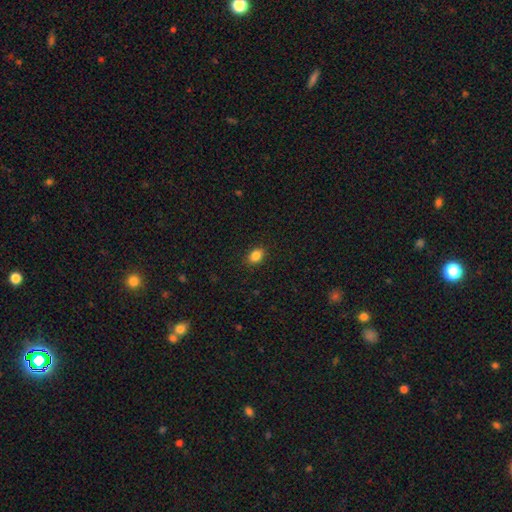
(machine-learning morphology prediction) This appears to be a smooth galaxy with no disk features (86%) that is in between round and cigar-shaped (74%). Merging: none (89%).